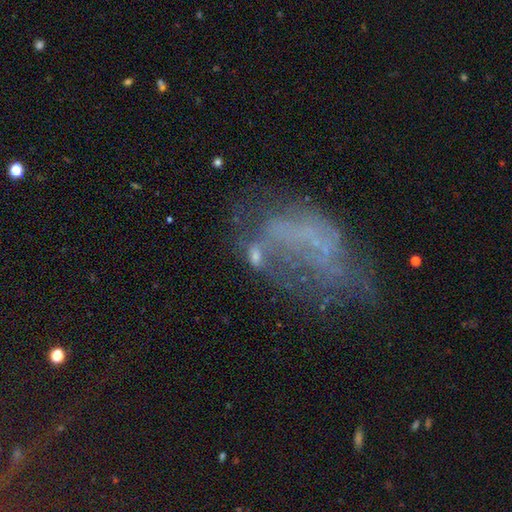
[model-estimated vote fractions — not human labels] The model was most divided on "merging": none: 36%, major disturbance: 31%, minor disturbance: 18%, merger: 15%. Remaining: smooth or featured — featured or disk (40%).